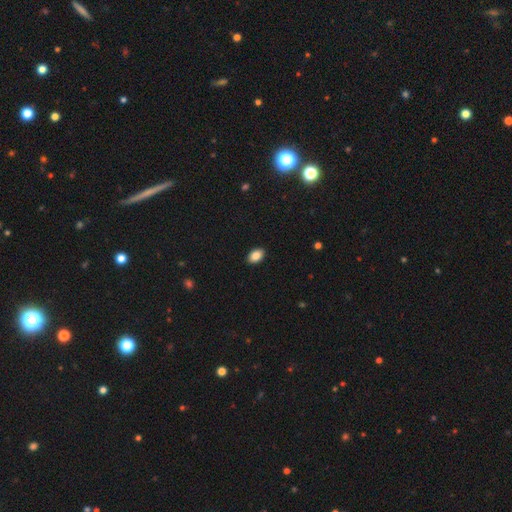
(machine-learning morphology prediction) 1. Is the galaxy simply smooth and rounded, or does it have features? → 87% smooth, 8% star or artifact, 5% featured or disk.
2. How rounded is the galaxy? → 87% in between, 11% round, 1% cigar-shaped.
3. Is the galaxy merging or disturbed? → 91% none, 7% minor disturbance, 2% major disturbance, 1% merger.